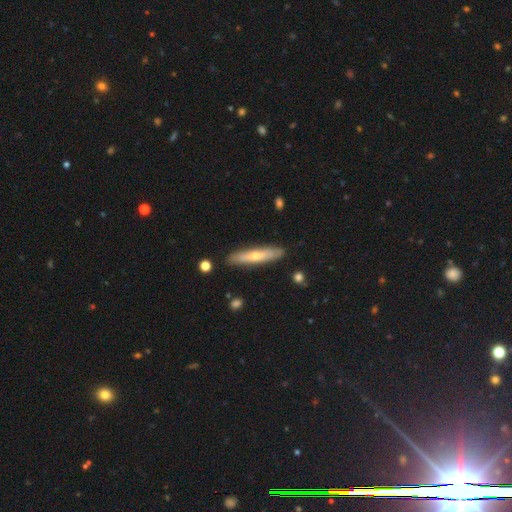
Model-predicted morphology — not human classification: A featured or disk galaxy (47%, tied with smooth).

Vote fractions:
- Smooth or featured? featured or disk: 47% (tied) / smooth: 47% (tied) / star or artifact: 6%
- Merging? none: 89% / minor disturbance: 8% / major disturbance: 2% / merger: 2%